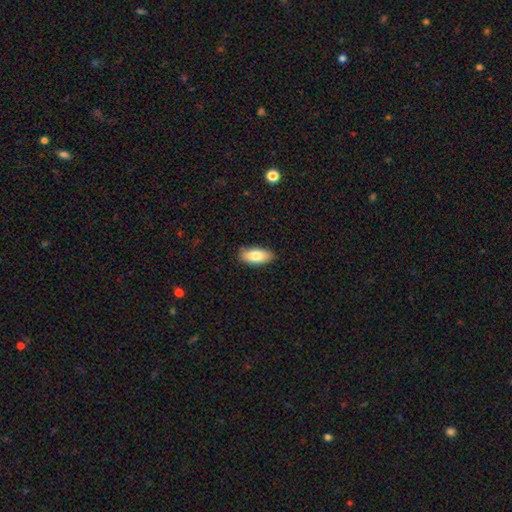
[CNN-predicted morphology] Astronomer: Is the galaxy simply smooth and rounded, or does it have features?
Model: smooth — 81%.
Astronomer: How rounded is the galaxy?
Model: in between — 87%.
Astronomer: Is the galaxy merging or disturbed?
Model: none — 87%.